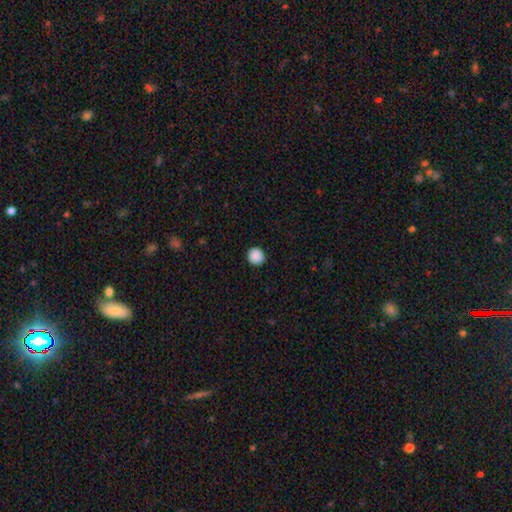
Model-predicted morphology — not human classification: Smooth or featured?
  - smooth: 89% *
  - star or artifact: 9%
  - featured or disk: 2%
How rounded?
  - round: 92% *
  - in between: 7%
  - cigar-shaped: 1%
Merging?
  - none: 92% *
  - minor disturbance: 5%
  - major disturbance: 2%
  - merger: 1%